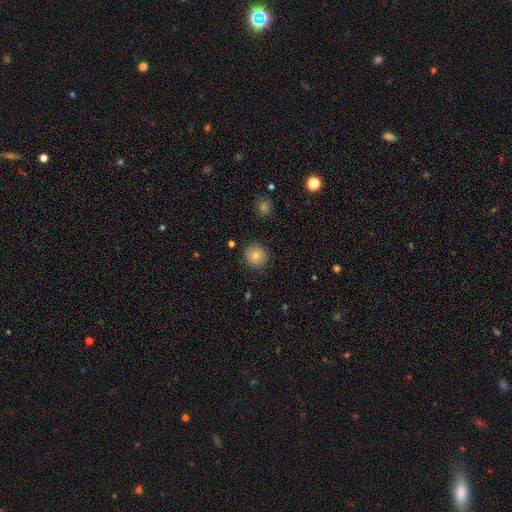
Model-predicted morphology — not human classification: The model was most divided on "smooth or featured": smooth: 79%, featured or disk: 11%, star or artifact: 10%. More confident: how rounded — round (92%); merging — none (87%).